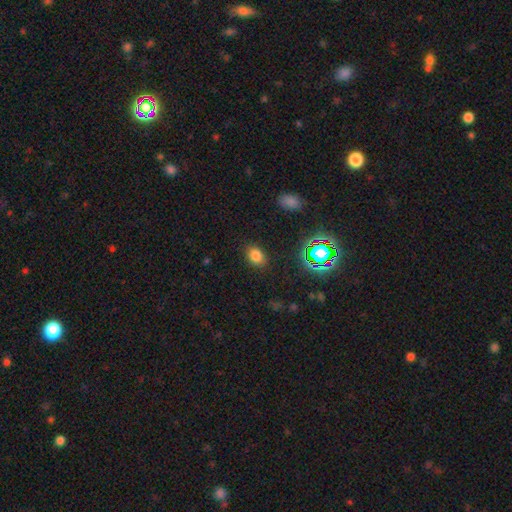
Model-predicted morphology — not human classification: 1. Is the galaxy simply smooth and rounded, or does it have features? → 76% smooth, 18% star or artifact, 6% featured or disk.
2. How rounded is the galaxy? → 67% in between, 32% round, 1% cigar-shaped.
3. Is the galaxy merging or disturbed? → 86% none, 10% minor disturbance, 3% major disturbance, 1% merger.